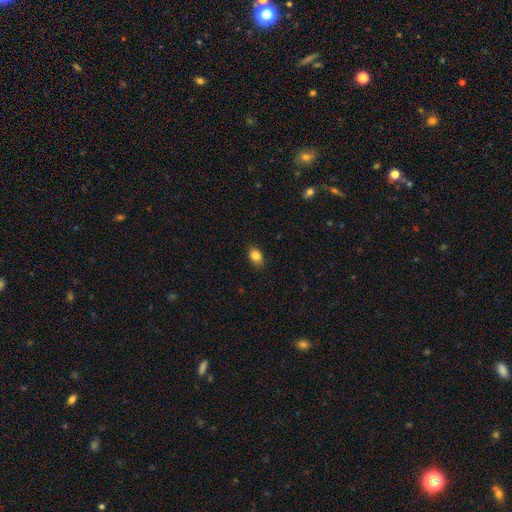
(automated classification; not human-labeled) Smooth or featured? Predicted: smooth (p=0.86). How rounded? Predicted: in between (p=0.75). Merging? Predicted: none (p=0.86).